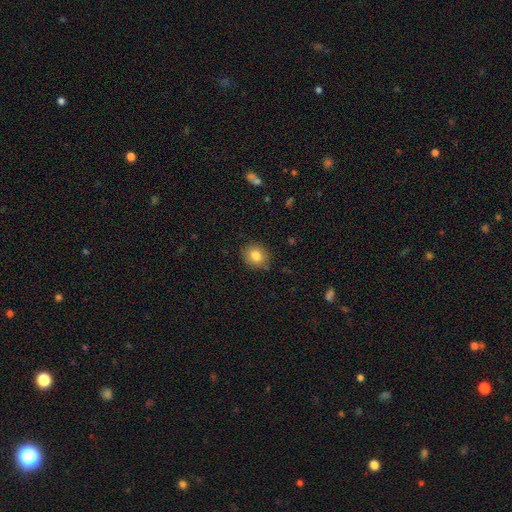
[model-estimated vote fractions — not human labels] Q: Smooth or featured?
A: smooth (81%); runner-up: star or artifact (10%)
Q: How rounded?
A: round (70%); runner-up: in between (29%)
Q: Merging?
A: none (86%); runner-up: minor disturbance (11%)